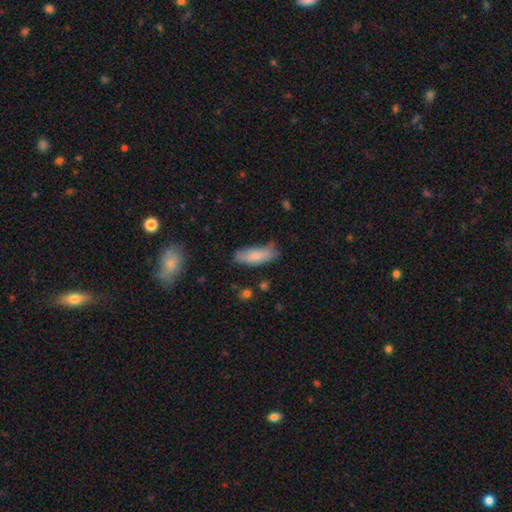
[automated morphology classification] Q: Smooth or featured?
A: smooth (81%); runner-up: featured or disk (13%)
Q: How rounded?
A: in between (60%); runner-up: cigar-shaped (38%)
Q: Merging?
A: none (61%); runner-up: minor disturbance (29%)